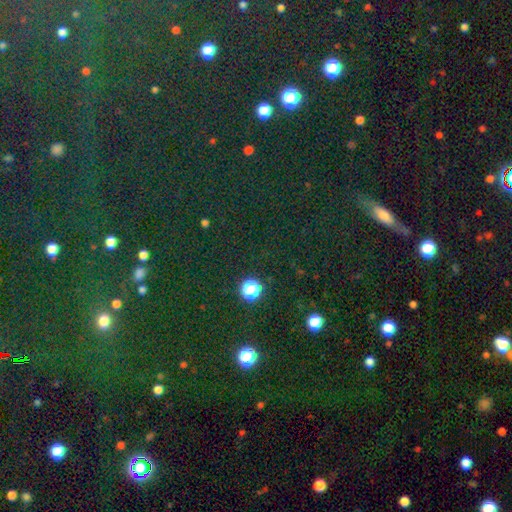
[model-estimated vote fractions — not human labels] The model was most divided on "smooth or featured": star or artifact: 68%, smooth: 20%, featured or disk: 12%.